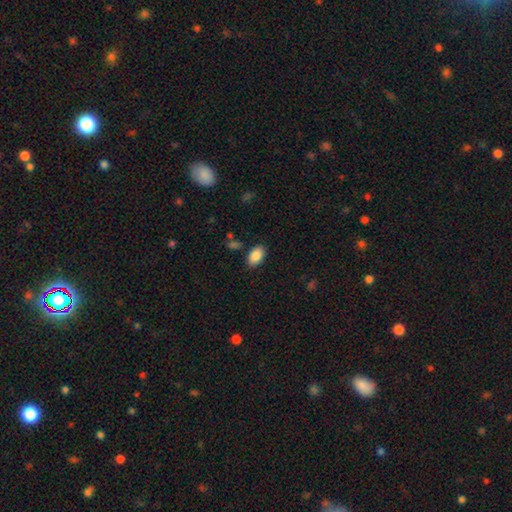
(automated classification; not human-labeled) smooth-or-featured: smooth: 89% | star or artifact: 7% | featured or disk: 4%
  how-rounded: in between: 92% | round: 6% | cigar-shaped: 2%
  merging: none: 85% | minor disturbance: 10% | major disturbance: 3% | merger: 2%